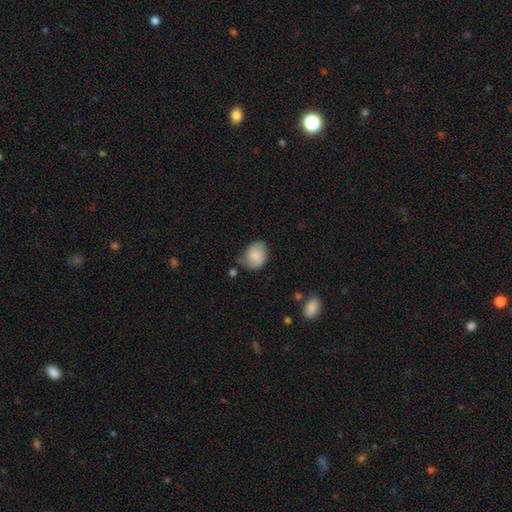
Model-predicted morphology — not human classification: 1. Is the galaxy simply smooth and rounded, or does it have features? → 79% smooth, 14% featured or disk, 8% star or artifact.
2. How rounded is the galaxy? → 52% in between, 48% round, 1% cigar-shaped.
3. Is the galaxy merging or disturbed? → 48% none, 36% minor disturbance, 12% major disturbance, 4% merger.